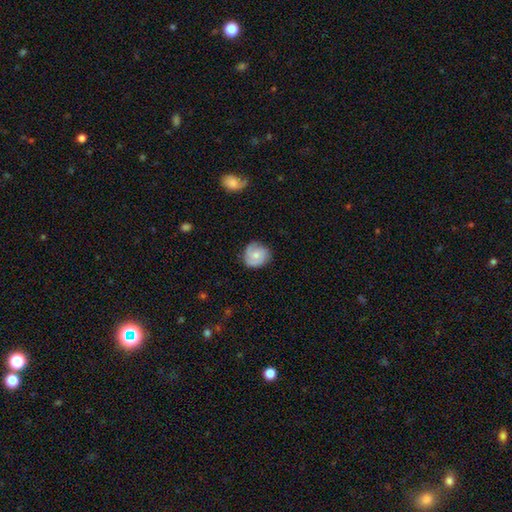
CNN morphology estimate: Smooth or featured: smooth — 49% (featured or disk — 44%)
Merging: none — 71% (minor disturbance — 22%)